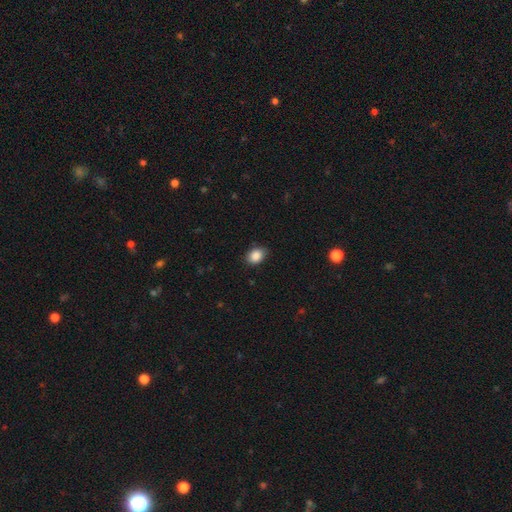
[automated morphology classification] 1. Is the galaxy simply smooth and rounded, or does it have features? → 88% smooth, 8% star or artifact, 4% featured or disk.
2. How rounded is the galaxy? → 67% in between, 32% round, 1% cigar-shaped.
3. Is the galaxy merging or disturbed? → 81% none, 15% minor disturbance, 3% major disturbance, 1% merger.